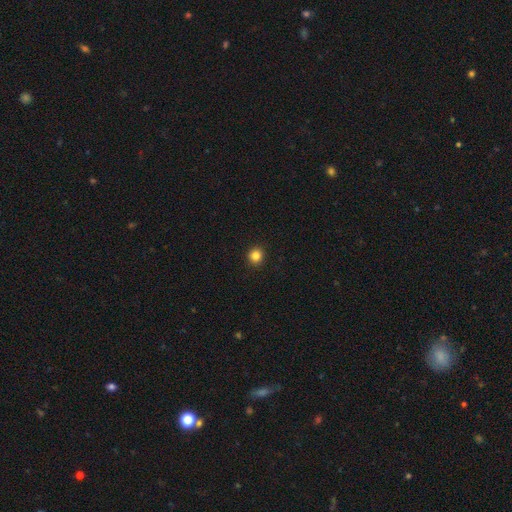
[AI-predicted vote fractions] This appears to be a smooth galaxy with no disk features (84%) that is round (91%). Merging: none (93%).